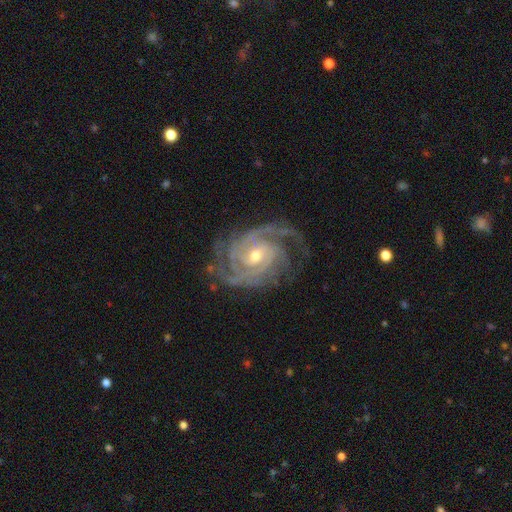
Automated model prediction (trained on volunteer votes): Q: Smooth or featured?
A: featured or disk (93%); runner-up: star or artifact (4%)
Q: Edge-on disk?
A: no (98%); runner-up: yes (2%)
Q: Bar?
A: no (45%); runner-up: weak (42%)
Q: Spiral arms?
A: yes (98%); runner-up: no (2%)
Q: Spiral winding?
A: tight (68%); runner-up: medium (28%)
Q: Spiral arm count?
A: 3 (30%); runner-up: 2 (26%)
Q: Bulge size?
A: small (49%); runner-up: moderate (47%)
Q: Merging?
A: none (73%); runner-up: minor disturbance (18%)